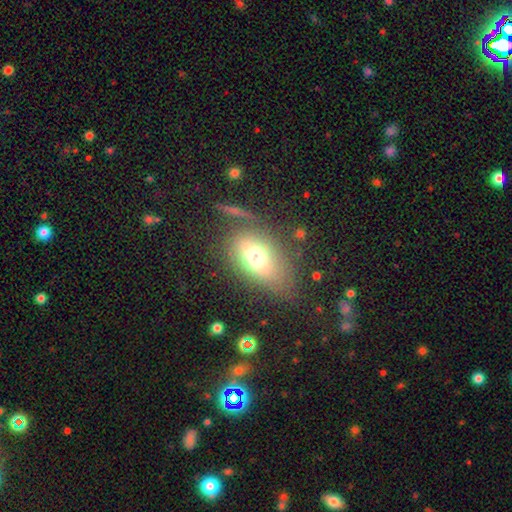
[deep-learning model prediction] Smooth or featured? Predicted: smooth (p=0.64). How rounded? Predicted: in between (p=0.81). Merging? Predicted: none (p=0.64).